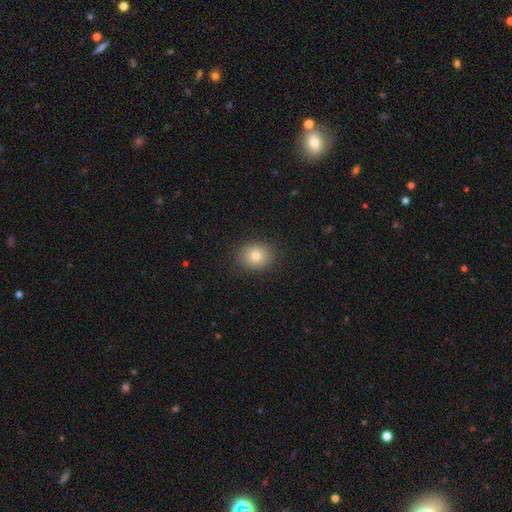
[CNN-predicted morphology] Smooth or featured: smooth — 80% (star or artifact — 11%)
How rounded: round — 69% (in between — 30%)
Merging: none — 89% (minor disturbance — 7%)